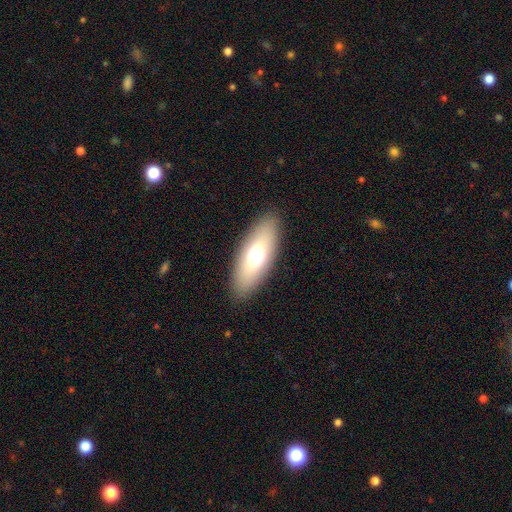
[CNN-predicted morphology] smooth 68%, featured or disk 25%, star or artifact 7%. Down the decision tree: how rounded — in between (75%); merging — none (88%).